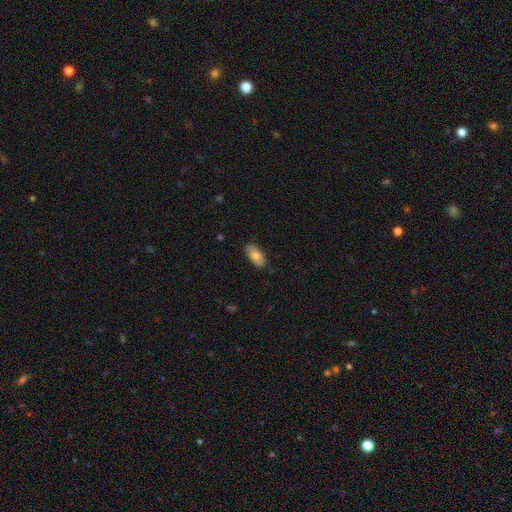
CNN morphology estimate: type=smooth (78%); roundness=in between (91%); merging=none (82%).